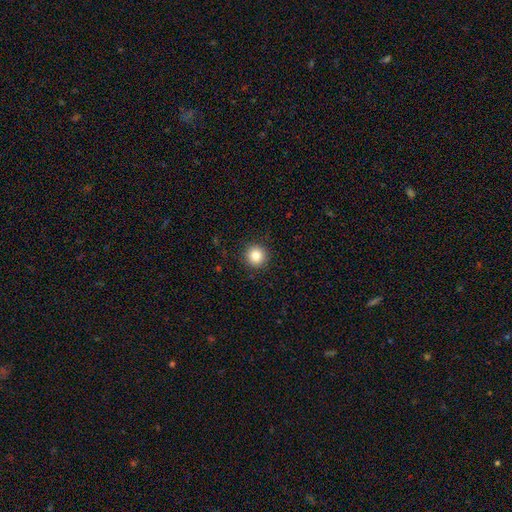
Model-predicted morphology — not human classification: smooth-or-featured: smooth: 84% | star or artifact: 10% | featured or disk: 5%
  how-rounded: round: 94% | in between: 5% | cigar-shaped: 1%
  merging: none: 92% | minor disturbance: 5% | major disturbance: 2% | merger: 1%